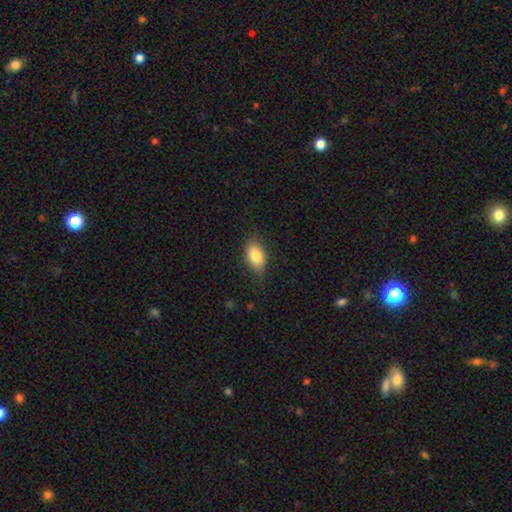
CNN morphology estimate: Smooth or featured? smooth (80%)
How rounded? in between (87%)
Merging? none (76%)